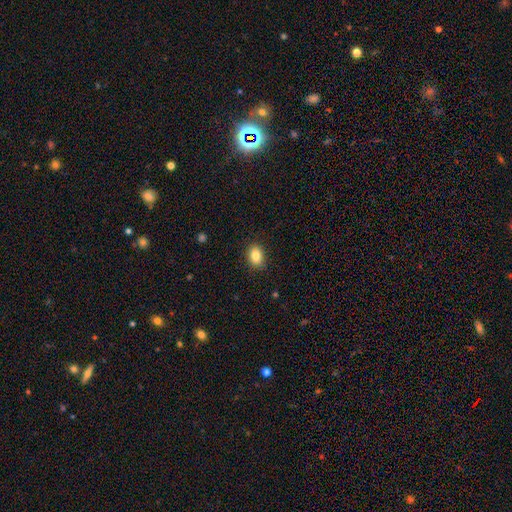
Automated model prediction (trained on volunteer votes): Smooth or featured? Predicted: smooth (p=0.85). How rounded? Predicted: in between (p=0.76). Merging? Predicted: none (p=0.88).